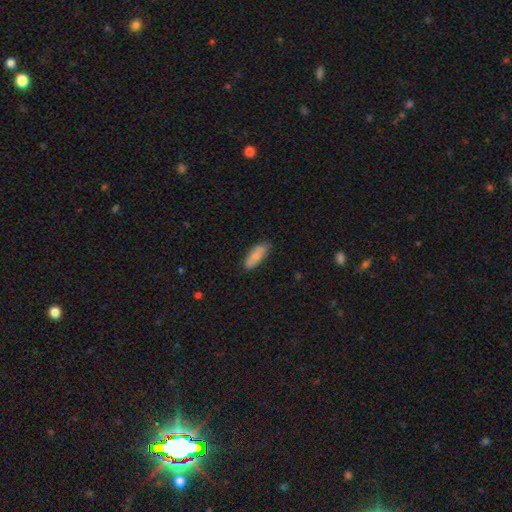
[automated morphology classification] Smooth or featured?
  - smooth: 83% *
  - featured or disk: 11%
  - star or artifact: 6%
How rounded?
  - in between: 71% *
  - cigar-shaped: 28%
  - round: 2%
Merging?
  - none: 81% *
  - minor disturbance: 16%
  - major disturbance: 2%
  - merger: 1%